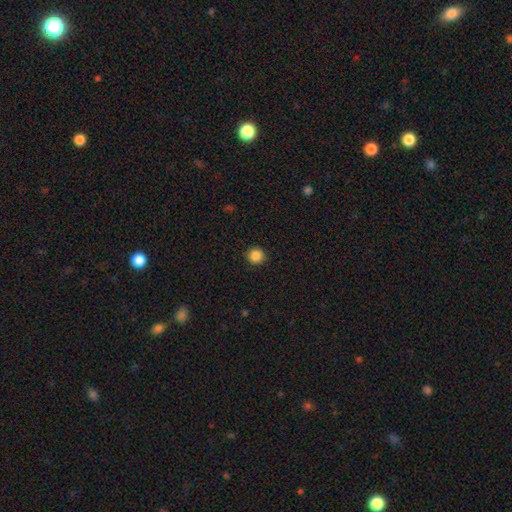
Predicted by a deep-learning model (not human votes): Q: Smooth or featured?
A: smooth (87%); runner-up: star or artifact (10%)
Q: How rounded?
A: round (94%); runner-up: in between (5%)
Q: Merging?
A: none (92%); runner-up: minor disturbance (5%)